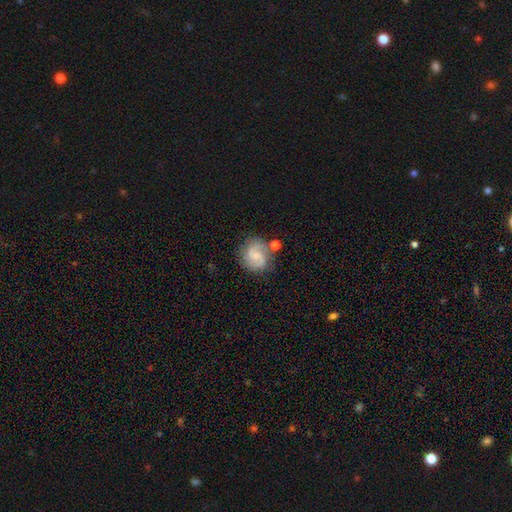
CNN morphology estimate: A featured or disk galaxy (75%) with no bar (48%), 2 (87%) medium (51%) spiral arms (96%) and a small central bulge (53%). Merging: none (69%).